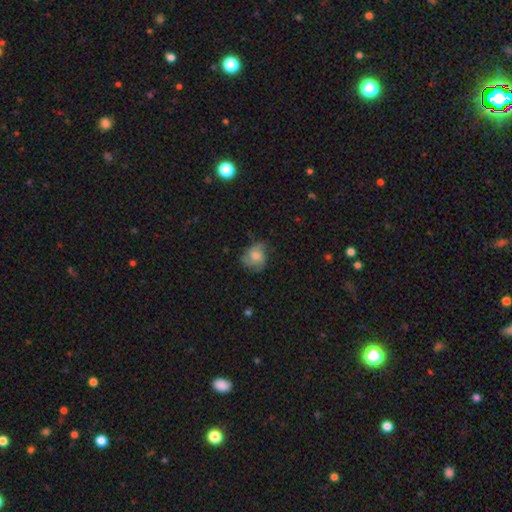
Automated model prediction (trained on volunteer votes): This is possibly a featured or disk galaxy (47%). Merging: possibly none (56%).